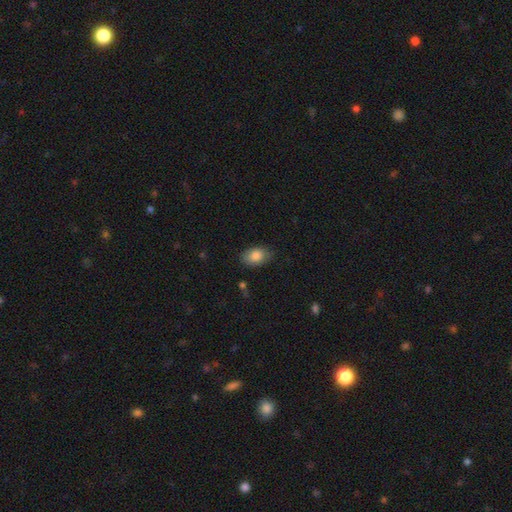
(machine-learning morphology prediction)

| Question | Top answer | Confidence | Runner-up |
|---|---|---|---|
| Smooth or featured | smooth | 84% | featured or disk (8%) |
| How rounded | in between | 86% | round (12%) |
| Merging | none | 80% | minor disturbance (16%) |